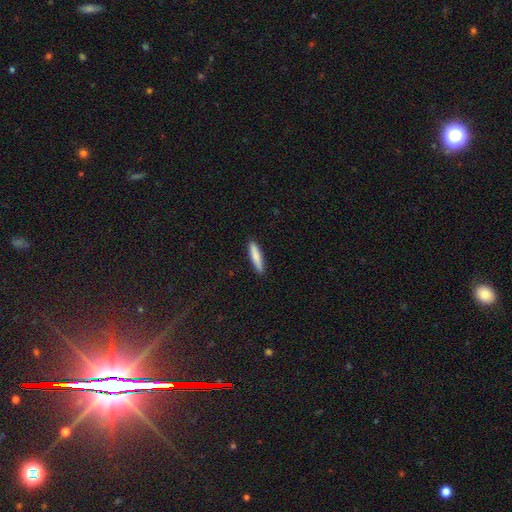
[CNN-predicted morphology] Q: Smooth or featured?
A: smooth (80%); runner-up: featured or disk (14%)
Q: How rounded?
A: cigar-shaped (88%); runner-up: in between (11%)
Q: Merging?
A: none (89%); runner-up: minor disturbance (8%)